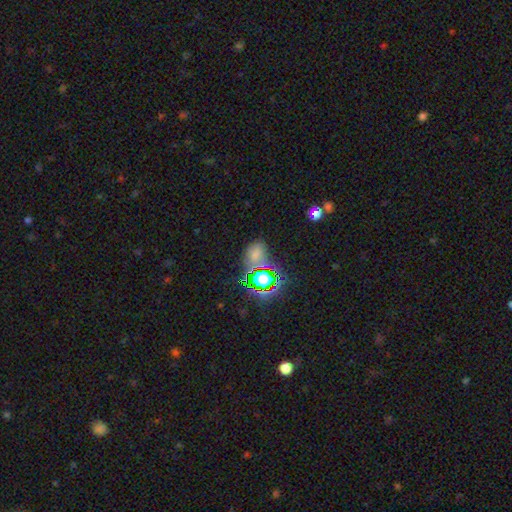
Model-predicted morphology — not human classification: Overall: smooth (47%; star or artifact 41%). Merging: none (56%; minor disturbance 19%).